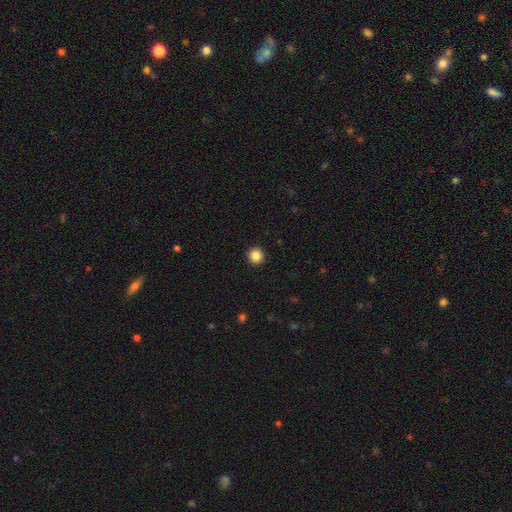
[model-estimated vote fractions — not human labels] This is clearly a smooth galaxy (86%). How rounded: clearly round (95%). Merging: clearly none (94%).